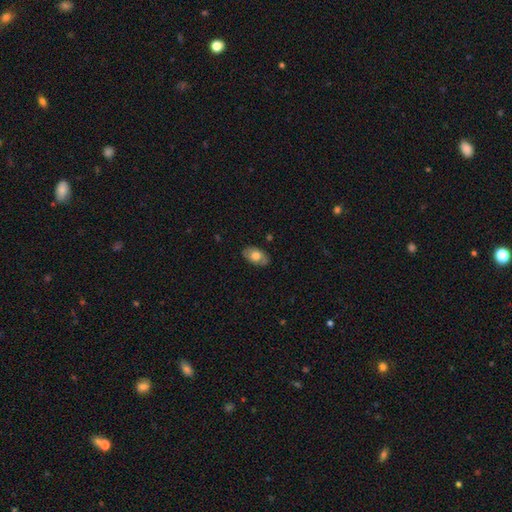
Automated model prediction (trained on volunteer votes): Smooth or featured? Predicted: smooth (p=0.69). How rounded? Predicted: in between (p=0.92). Merging? Predicted: none (p=0.82).